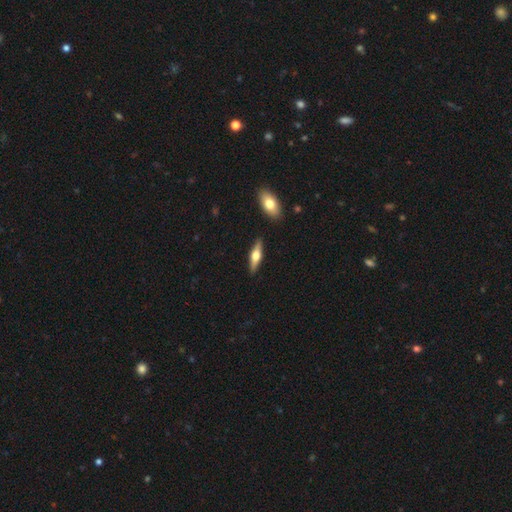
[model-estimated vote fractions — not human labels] The model was most divided on "smooth or featured": featured or disk: 54%, smooth: 40%, star or artifact: 5%. More confident: edge-on bulge — rounded (94%); edge-on disk — yes (93%); merging — none (88%).